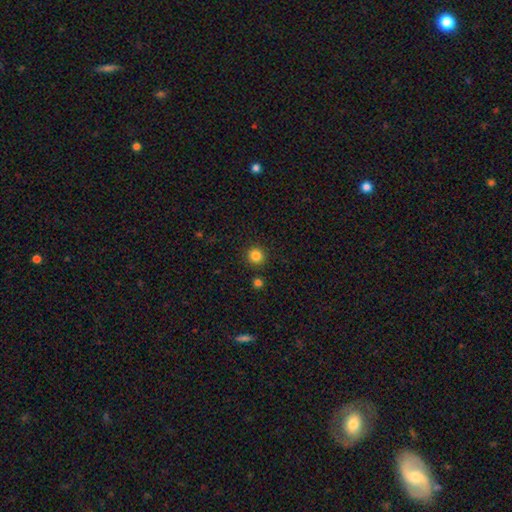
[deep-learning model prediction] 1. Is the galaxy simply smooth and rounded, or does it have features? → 84% smooth, 12% star or artifact, 4% featured or disk.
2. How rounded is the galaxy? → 94% round, 5% in between, 1% cigar-shaped.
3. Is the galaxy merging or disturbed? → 90% none, 6% minor disturbance, 3% merger, 2% major disturbance.